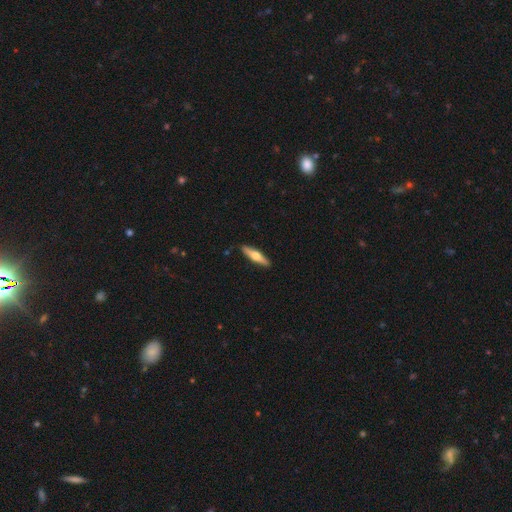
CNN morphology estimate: type=featured or disk (51%); edge-on=yes (93%); merging=none (90%).